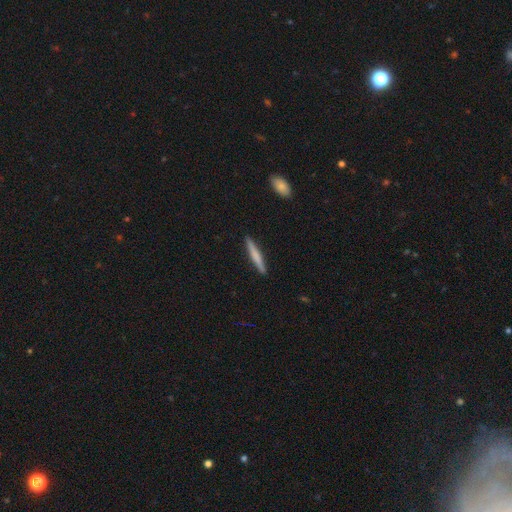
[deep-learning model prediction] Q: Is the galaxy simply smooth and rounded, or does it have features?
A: smooth — 60%.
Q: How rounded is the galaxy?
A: cigar-shaped — 95%.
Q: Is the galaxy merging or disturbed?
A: none — 91%.